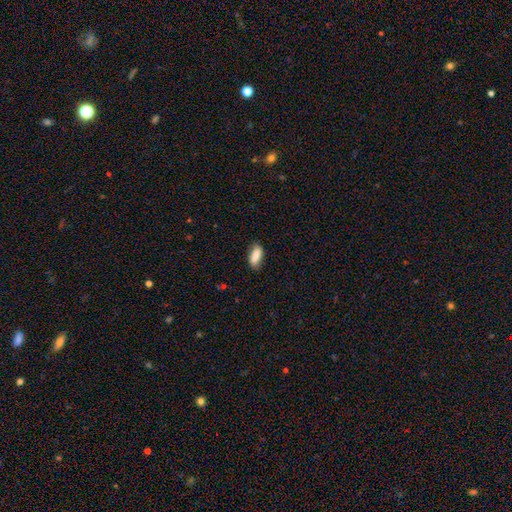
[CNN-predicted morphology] Q: Smooth or featured?
A: smooth (85%); runner-up: featured or disk (8%)
Q: How rounded?
A: in between (79%); runner-up: cigar-shaped (18%)
Q: Merging?
A: none (80%); runner-up: minor disturbance (16%)